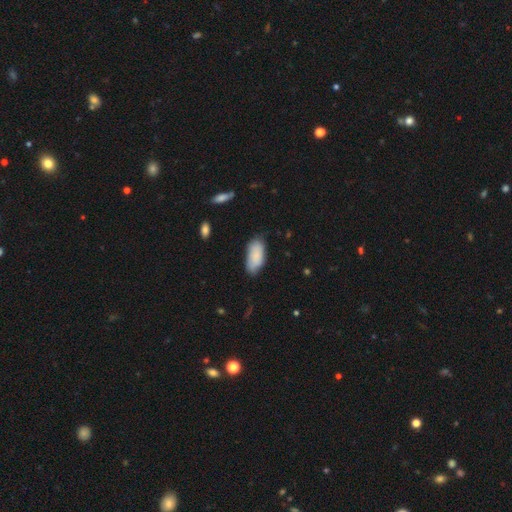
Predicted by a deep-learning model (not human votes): smooth-or-featured: smooth: 86% | featured or disk: 8% | star or artifact: 6%
  how-rounded: in between: 91% | cigar-shaped: 7% | round: 2%
  merging: none: 72% | minor disturbance: 22% | major disturbance: 4% | merger: 2%